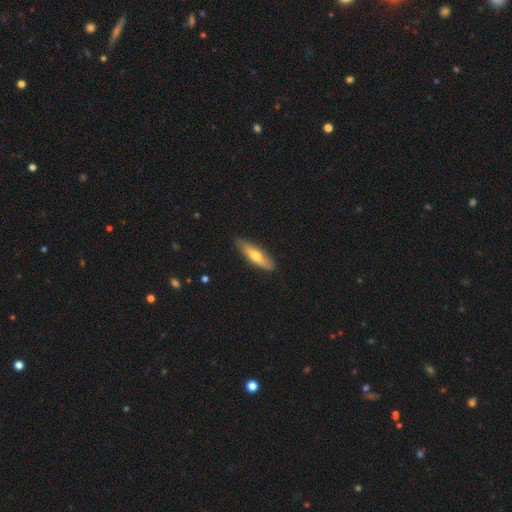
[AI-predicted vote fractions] This appears to be a smooth galaxy with no disk features (59%) that is cigar-shaped (64%). Merging: none (82%).